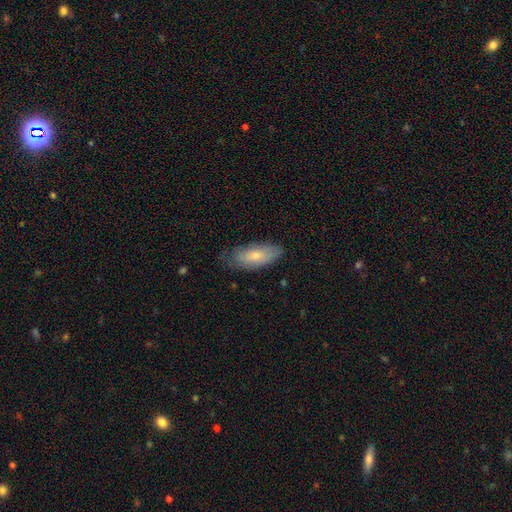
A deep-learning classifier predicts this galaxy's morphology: This appears to be a smooth galaxy with no disk features (71%) that is in between round and cigar-shaped (82%). Merging: none (66%).